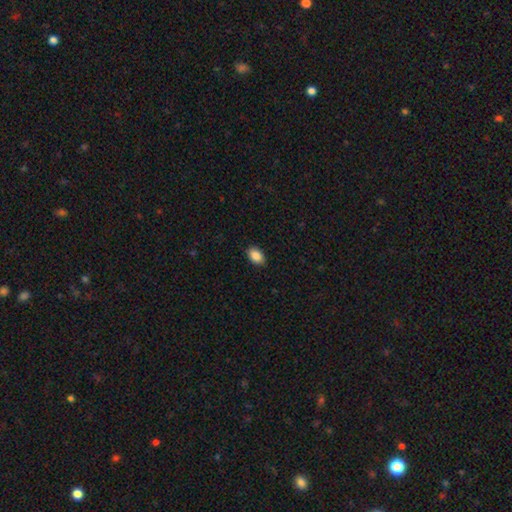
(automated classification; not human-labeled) smooth 88%, star or artifact 7%, featured or disk 4%. Down the decision tree: how rounded — in between (90%); merging — none (89%).